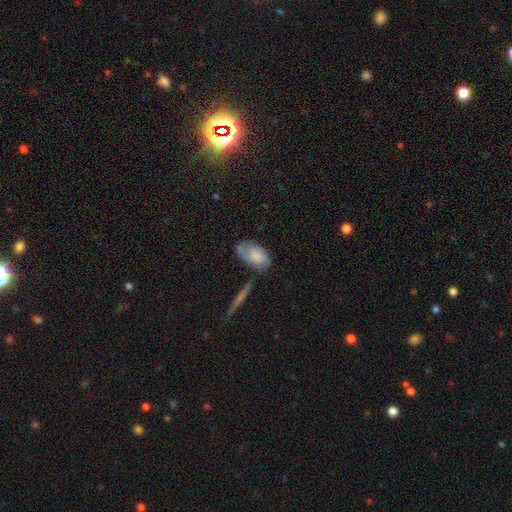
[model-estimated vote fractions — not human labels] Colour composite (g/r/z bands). It shows a smooth galaxy with no disk features (64%) that is in between round and cigar-shaped (92%). Merging: none (51%).